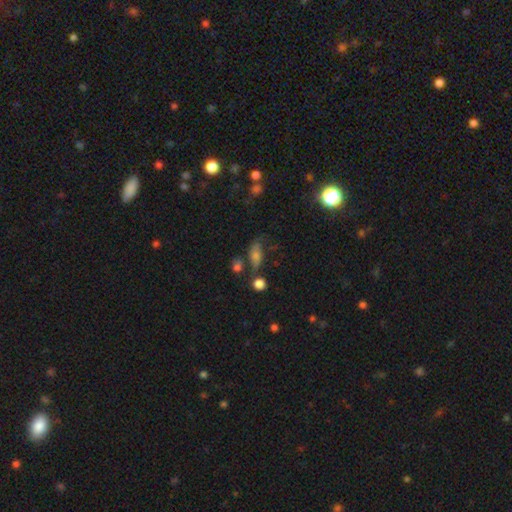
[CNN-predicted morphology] smooth-or-featured: smooth: 58% | featured or disk: 24% | star or artifact: 19%
  how-rounded: in between: 72% | cigar-shaped: 14% | round: 14%
  merging: none: 53% | minor disturbance: 23% | major disturbance: 13% | merger: 10%